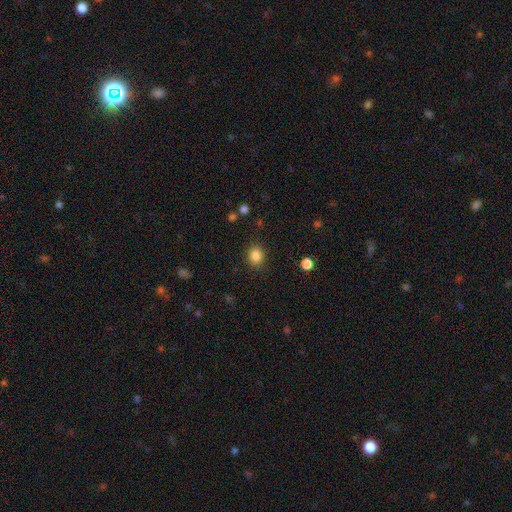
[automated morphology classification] smooth 85%, star or artifact 11%, featured or disk 4%. Down the decision tree: how rounded — round (70%); merging — none (87%).